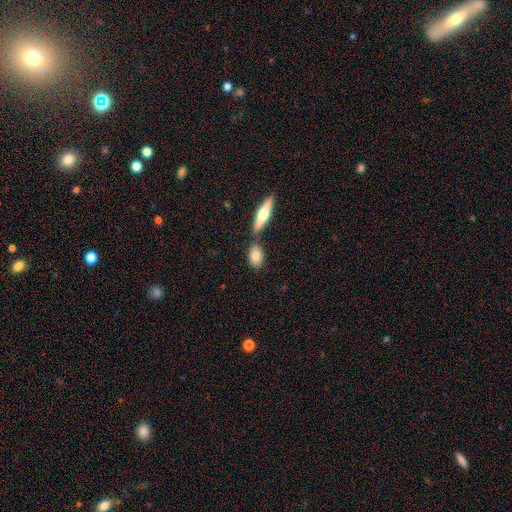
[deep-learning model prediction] smooth_or_featured: smooth (p=0.77) [alt: featured or disk p=0.17]
how_rounded: in between (p=0.84) [alt: round p=0.08]
merging: none (p=0.66) [alt: merger p=0.19]